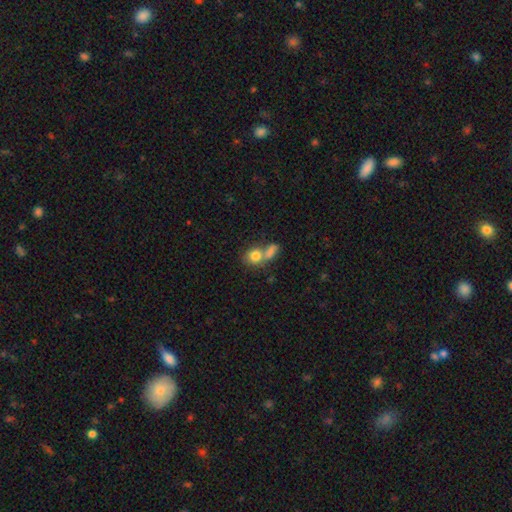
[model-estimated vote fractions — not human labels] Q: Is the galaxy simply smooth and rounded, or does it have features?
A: smooth — 79%.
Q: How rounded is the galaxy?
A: round — 69%.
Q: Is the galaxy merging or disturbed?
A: merger — 50%.